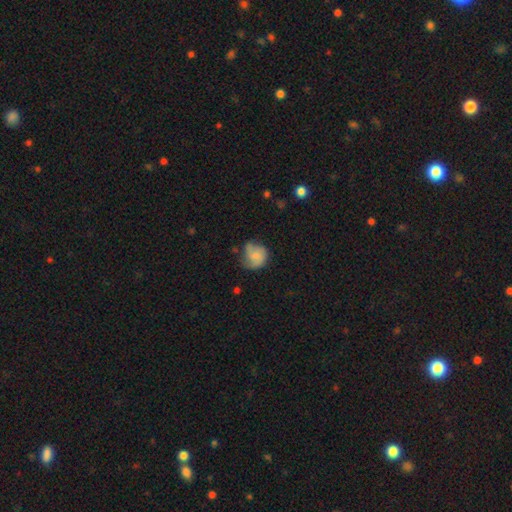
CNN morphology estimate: smooth_or_featured: smooth (p=0.54) [alt: featured or disk p=0.39]
how_rounded: round (p=0.78) [alt: in between p=0.21]
merging: none (p=0.51) [alt: minor disturbance p=0.31]